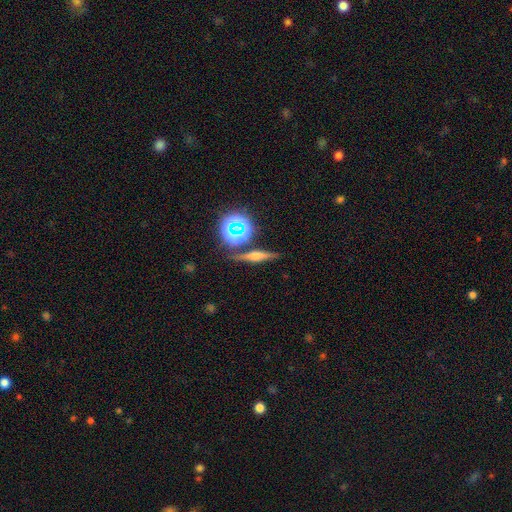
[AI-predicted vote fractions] featured or disk 51%, smooth 29%, star or artifact 20%. Down the decision tree: edge-on disk — yes (92%); merging — none (84%).